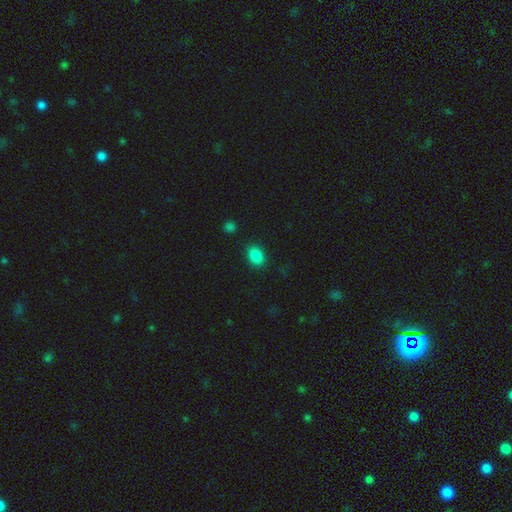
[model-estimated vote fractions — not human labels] Q: Smooth or featured?
A: smooth (86%); runner-up: star or artifact (10%)
Q: How rounded?
A: in between (73%); runner-up: round (26%)
Q: Merging?
A: none (87%); runner-up: minor disturbance (9%)